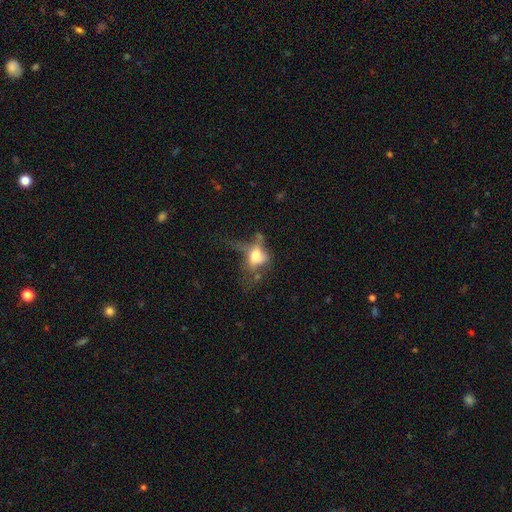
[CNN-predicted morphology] This appears to be a smooth galaxy with no disk features (53%) that is in between round and cigar-shaped (70%). Merging: major disturbance (49%).